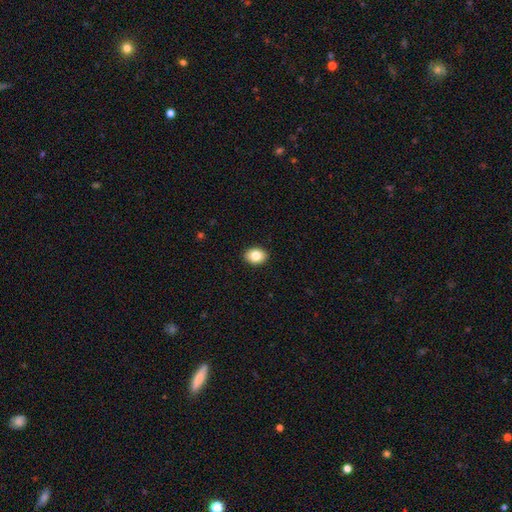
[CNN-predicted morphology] smooth 83%, featured or disk 9%, star or artifact 8%. Down the decision tree: how rounded — in between (71%); merging — none (91%).